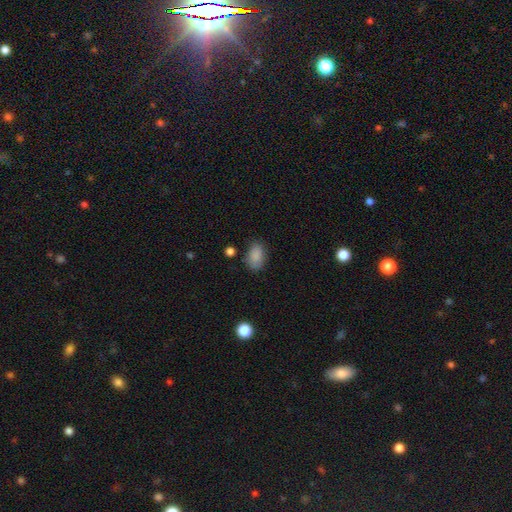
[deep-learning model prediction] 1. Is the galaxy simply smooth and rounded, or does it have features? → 87% smooth, 9% star or artifact, 4% featured or disk.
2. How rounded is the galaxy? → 88% in between, 10% round, 2% cigar-shaped.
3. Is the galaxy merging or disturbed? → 78% none, 16% minor disturbance, 4% major disturbance, 2% merger.